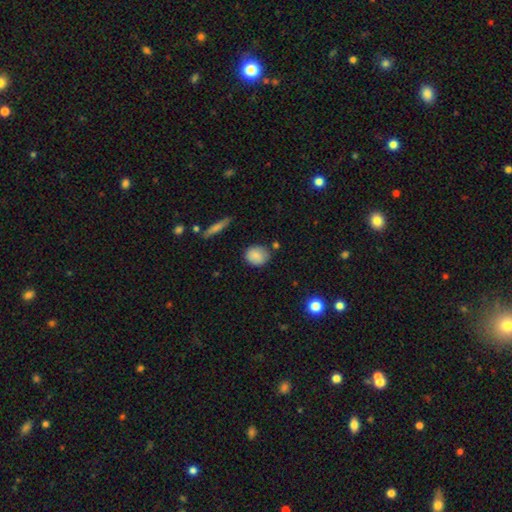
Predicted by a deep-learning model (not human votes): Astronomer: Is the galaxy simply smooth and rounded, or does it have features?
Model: smooth — 85%.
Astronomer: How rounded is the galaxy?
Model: round — 66%.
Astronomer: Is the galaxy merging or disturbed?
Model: none — 79%.